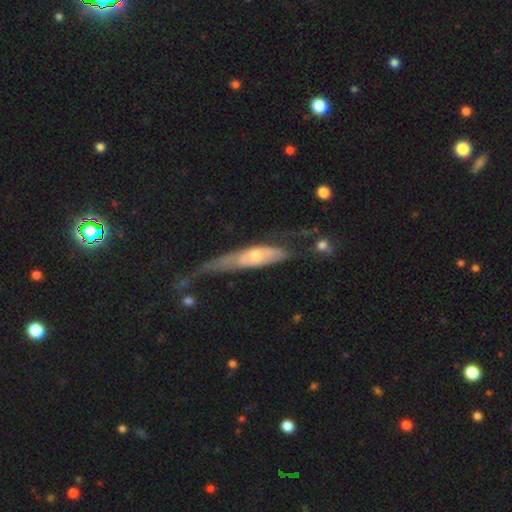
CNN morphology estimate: Smooth or featured: featured or disk — 69% (smooth — 26%)
Edge-on disk: no — 56% (yes — 44%)
Merging: major disturbance — 38% (none — 31%)